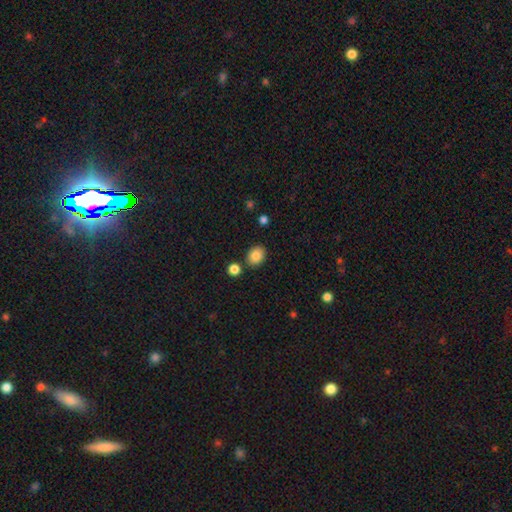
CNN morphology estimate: smooth-or-featured: smooth: 85% | star or artifact: 9% | featured or disk: 6%
  how-rounded: in between: 59% | round: 40% | cigar-shaped: 1%
  merging: none: 82% | minor disturbance: 10% | merger: 6% | major disturbance: 2%